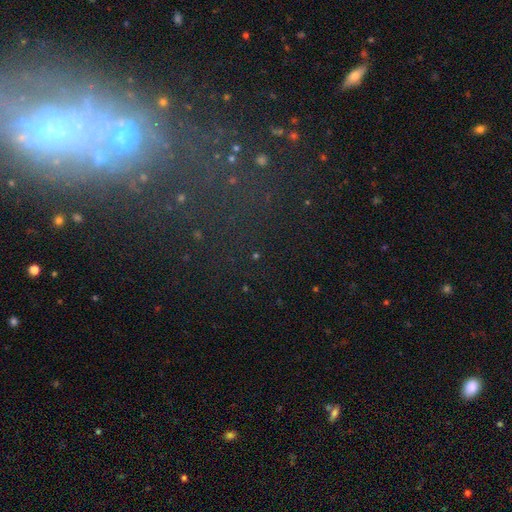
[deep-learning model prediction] This appears to be a star or artifact, not a galaxy (69%).